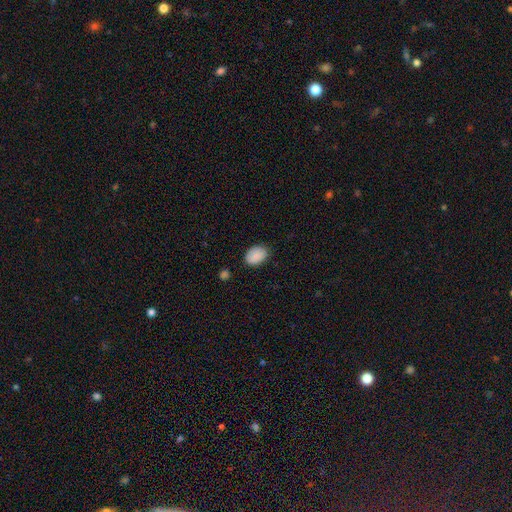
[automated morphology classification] A smooth galaxy with no disk features (89%) that is in between round and cigar-shaped (80%).

Vote fractions:
- Smooth or featured? smooth: 89% / star or artifact: 7% / featured or disk: 4%
- How rounded? in between: 80% / round: 19% / cigar-shaped: 1%
- Merging? none: 79% / minor disturbance: 17% / major disturbance: 3% / merger: 1%